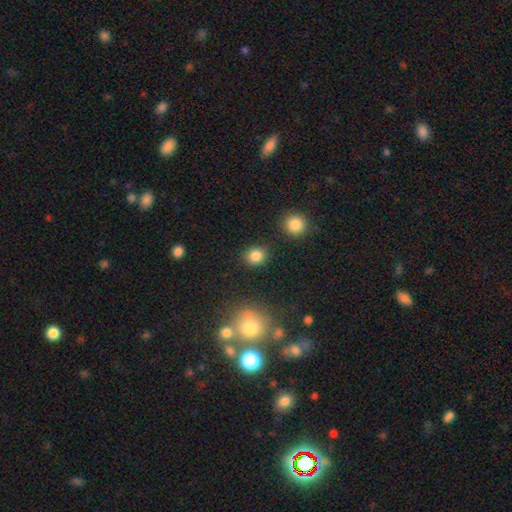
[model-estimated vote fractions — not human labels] Q: Smooth or featured?
A: smooth (85%); runner-up: star or artifact (11%)
Q: How rounded?
A: round (71%); runner-up: in between (28%)
Q: Merging?
A: none (86%); runner-up: minor disturbance (8%)